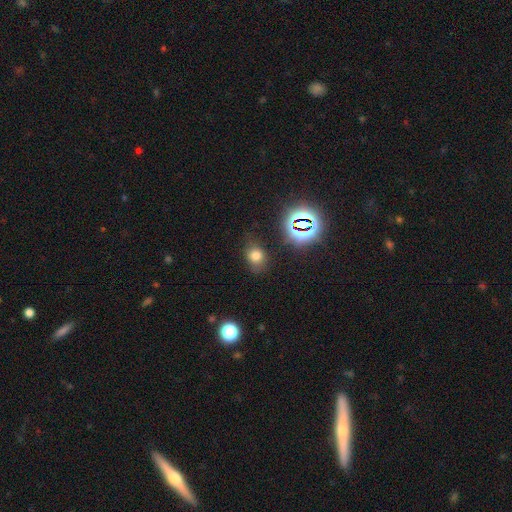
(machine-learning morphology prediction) Smooth or featured: smooth — 69% (star or artifact — 22%)
How rounded: in between — 51% (round — 48%)
Merging: none — 72% (minor disturbance — 19%)